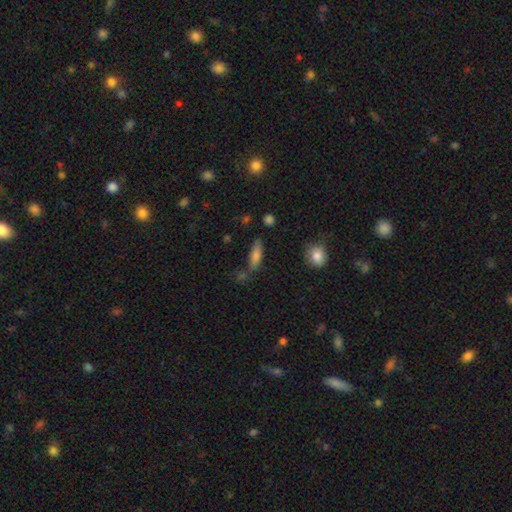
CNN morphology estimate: Smooth or featured: smooth — 70% (featured or disk — 19%)
How rounded: in between — 49% (cigar-shaped — 47%)
Merging: none — 65% (minor disturbance — 19%)